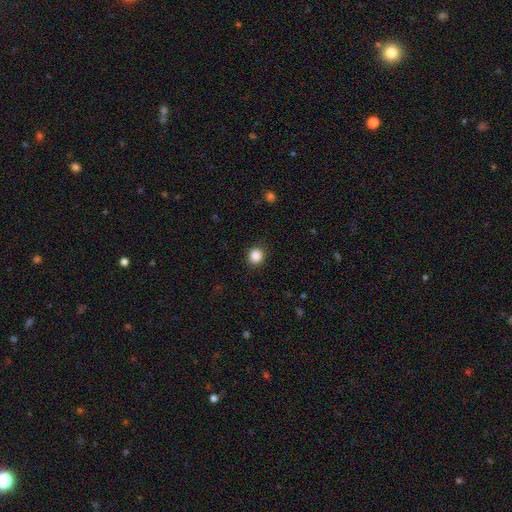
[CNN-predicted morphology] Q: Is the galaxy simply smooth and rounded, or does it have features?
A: smooth — 87%.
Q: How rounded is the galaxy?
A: round — 85%.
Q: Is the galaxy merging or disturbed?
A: none — 89%.